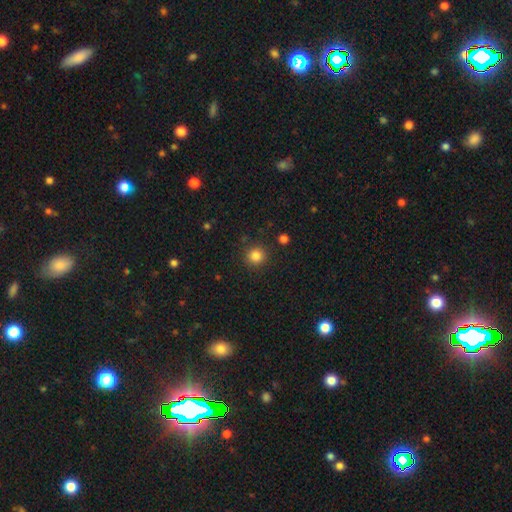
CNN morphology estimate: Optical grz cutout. It shows a smooth galaxy with no disk features (84%) that is round (93%). Merging: none (89%).